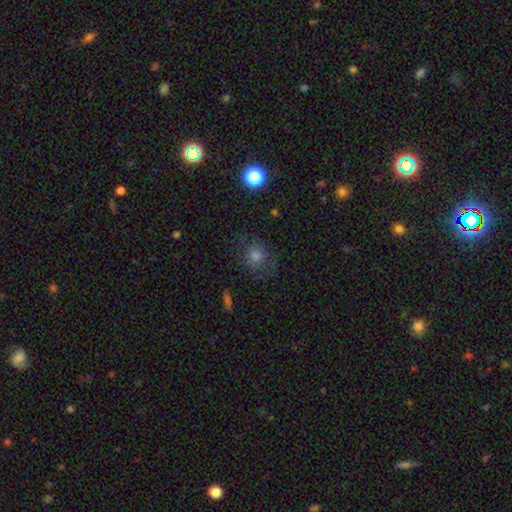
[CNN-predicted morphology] smooth_or_featured: smooth (p=0.63) [alt: star or artifact p=0.22]
how_rounded: round (p=0.78) [alt: in between p=0.21]
merging: none (p=0.73) [alt: minor disturbance p=0.16]